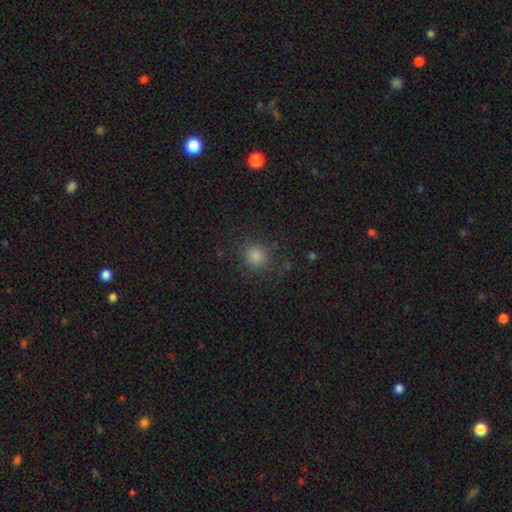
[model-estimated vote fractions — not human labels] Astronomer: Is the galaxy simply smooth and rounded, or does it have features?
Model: smooth — 80%.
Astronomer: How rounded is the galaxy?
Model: round — 88%.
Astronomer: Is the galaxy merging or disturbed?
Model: none — 86%.